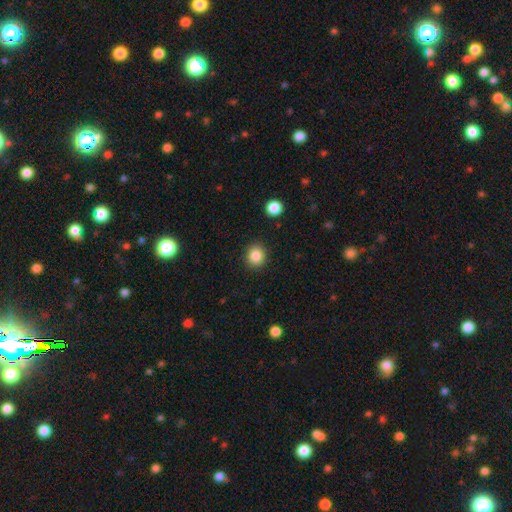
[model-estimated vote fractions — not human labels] Morphology: type=smooth (86%); roundness=round (84%); merging=none (90%).